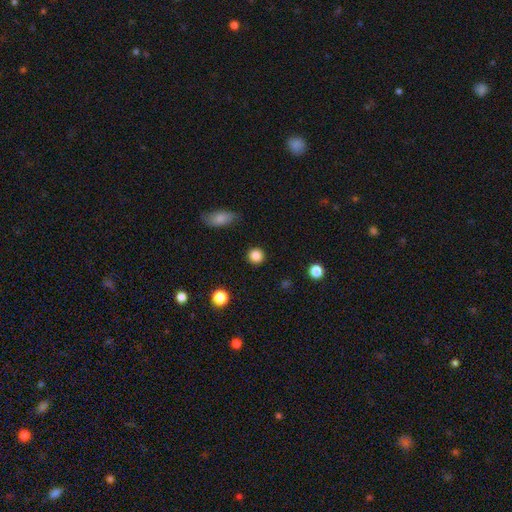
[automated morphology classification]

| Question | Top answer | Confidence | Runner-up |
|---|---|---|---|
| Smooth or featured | smooth | 86% | star or artifact (10%) |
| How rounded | round | 93% | in between (6%) |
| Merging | none | 90% | minor disturbance (6%) |